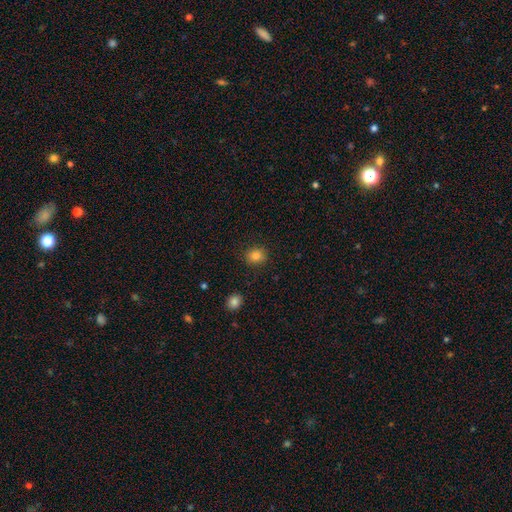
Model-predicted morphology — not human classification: type=smooth (83%); roundness=round (71%); merging=none (88%).